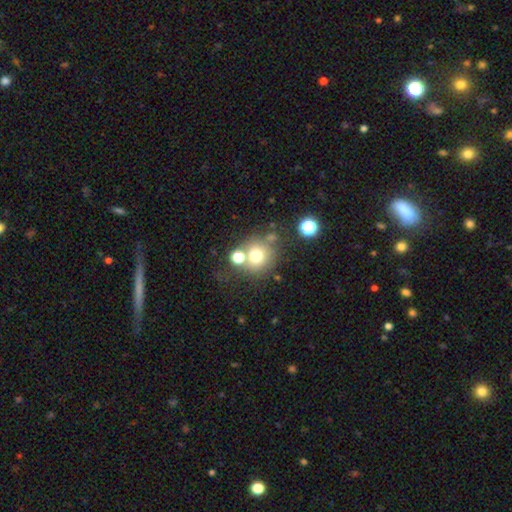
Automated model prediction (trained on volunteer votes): Smooth or featured? smooth (69%)
How rounded? round (88%)
Merging? none (61%)